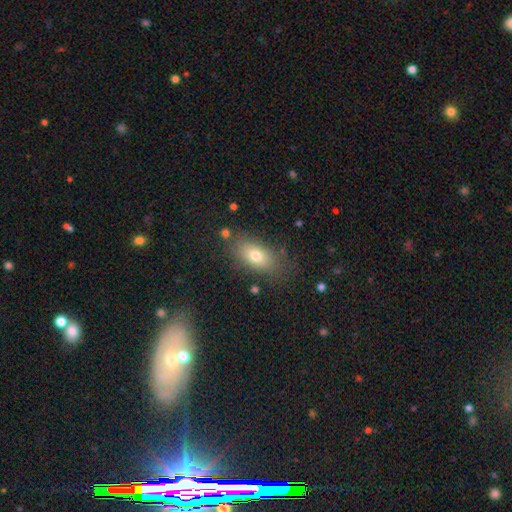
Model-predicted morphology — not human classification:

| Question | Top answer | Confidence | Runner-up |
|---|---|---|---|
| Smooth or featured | smooth | 75% | featured or disk (15%) |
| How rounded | in between | 85% | round (9%) |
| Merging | none | 77% | minor disturbance (14%) |